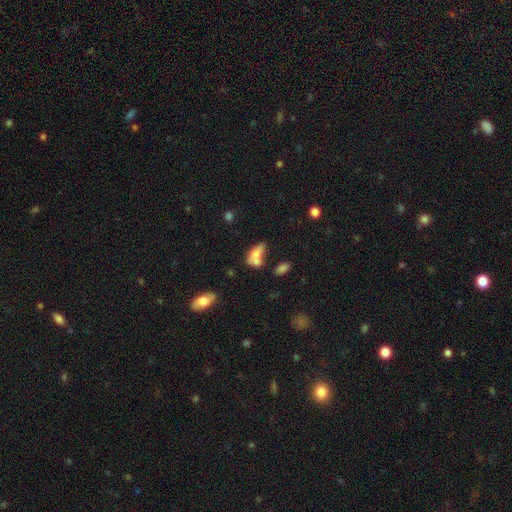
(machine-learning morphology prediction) Overall: smooth (67%). How rounded: in between (78%). Merging: merger (47%; none 28%).